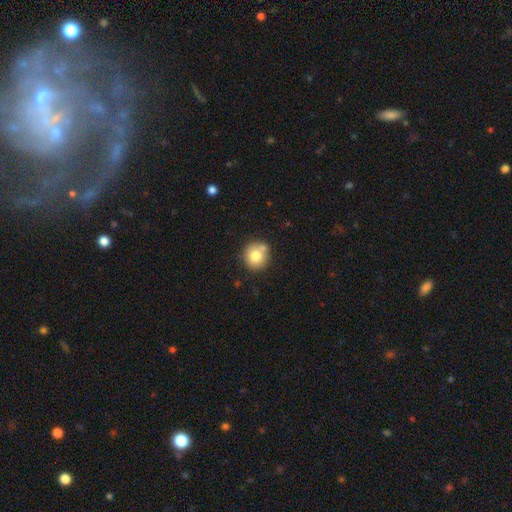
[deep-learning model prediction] Smooth or featured? smooth (77%)
How rounded? round (88%)
Merging? none (67%)